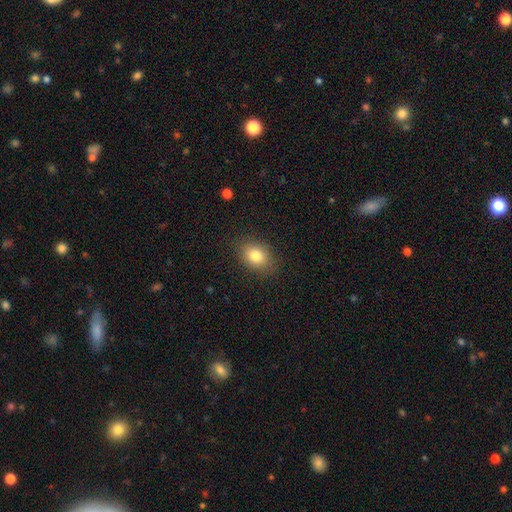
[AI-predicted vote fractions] smooth_or_featured: smooth (p=0.81) [alt: star or artifact p=0.10]
how_rounded: in between (p=0.65) [alt: round p=0.34]
merging: none (p=0.85) [alt: minor disturbance p=0.10]